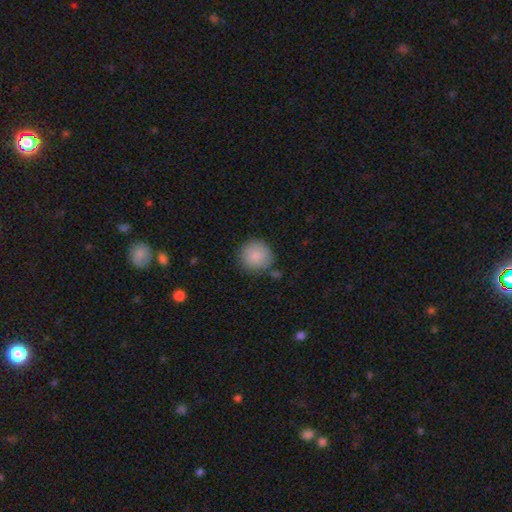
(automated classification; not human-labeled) Smooth or featured? smooth (87%)
How rounded? round (94%)
Merging? none (82%)